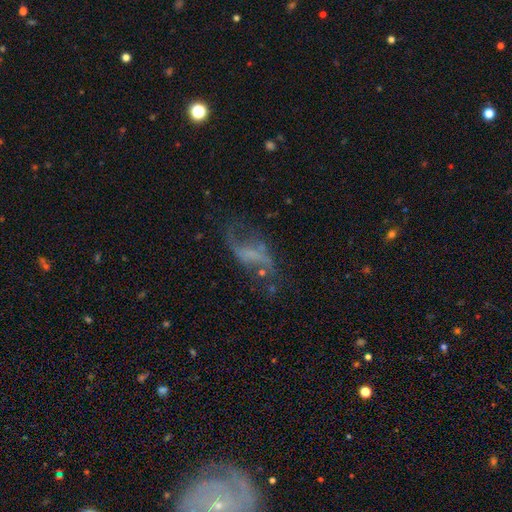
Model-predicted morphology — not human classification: Smooth or featured? featured or disk (60%)
Edge-on disk? no (92%)
Bar? no (51%)
Spiral arms? yes (60%)
Bulge size? none (65%)
Merging? none (45%)